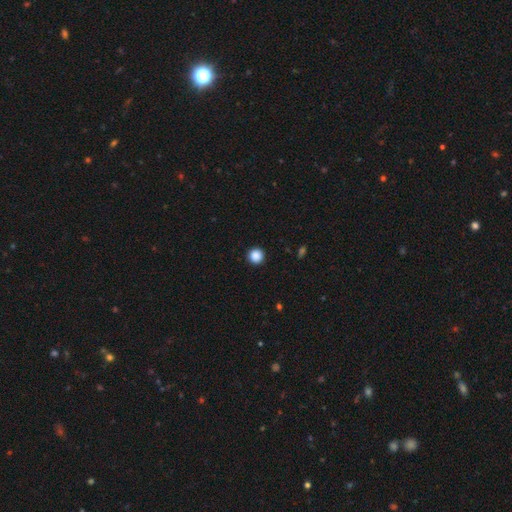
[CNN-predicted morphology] Smooth or featured?
  - smooth: 88% *
  - star or artifact: 10%
  - featured or disk: 2%
How rounded?
  - round: 96% *
  - in between: 3%
  - cigar-shaped: 1%
Merging?
  - none: 93% *
  - minor disturbance: 5%
  - major disturbance: 2%
  - merger: 1%